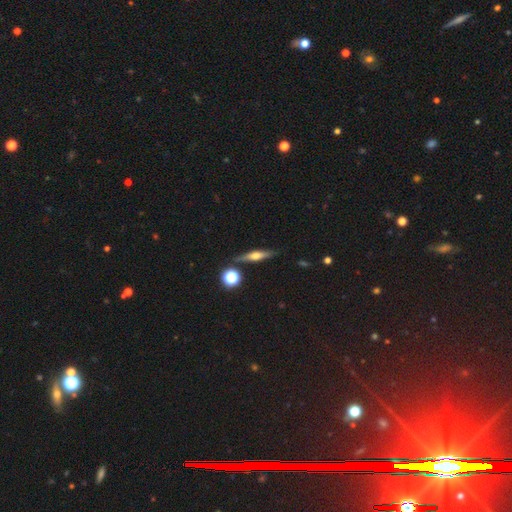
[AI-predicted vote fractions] Smooth or featured? Predicted: featured or disk (p=0.58). Edge-on disk? Predicted: yes (p=0.94). Edge-on bulge? Predicted: rounded (p=0.88). Merging? Predicted: none (p=0.84).